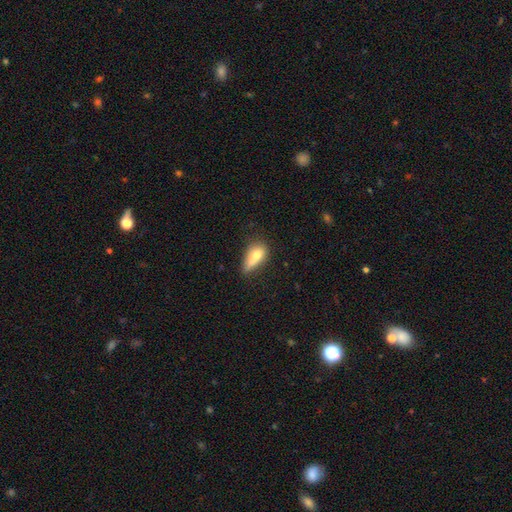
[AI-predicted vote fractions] Smooth or featured? Predicted: smooth (p=0.69). How rounded? Predicted: in between (p=0.67). Merging? Predicted: none (p=0.42).